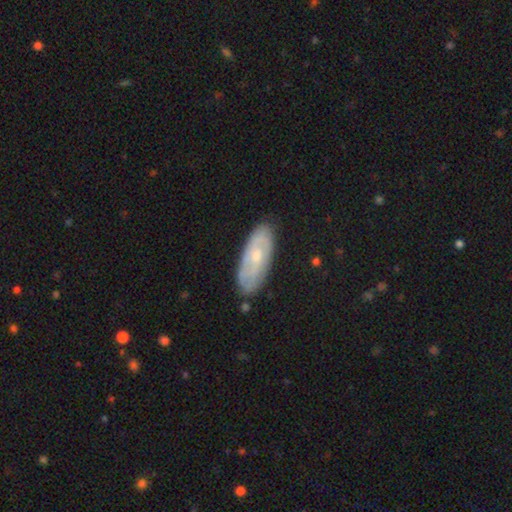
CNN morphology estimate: Smooth or featured? featured or disk (59%)
Edge-on disk? no (86%)
Bar? no (67%)
Spiral arms? yes (74%)
Bulge size? small (50%)
Merging? none (79%)